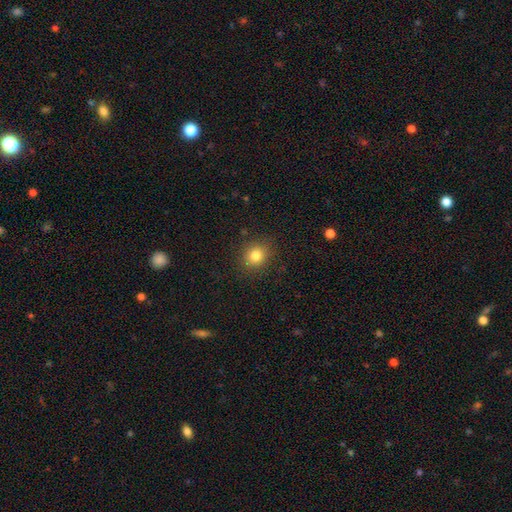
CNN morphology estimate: smooth 81%, star or artifact 12%, featured or disk 7%. Down the decision tree: how rounded — round (73%); merging — none (88%).